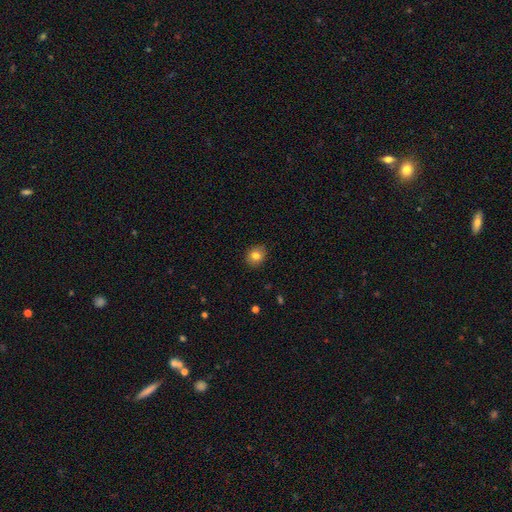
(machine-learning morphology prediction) Smooth or featured?
  - smooth: 81% *
  - star or artifact: 10%
  - featured or disk: 10%
How rounded?
  - round: 71% *
  - in between: 28%
  - cigar-shaped: 1%
Merging?
  - none: 88% *
  - minor disturbance: 9%
  - major disturbance: 2%
  - merger: 1%